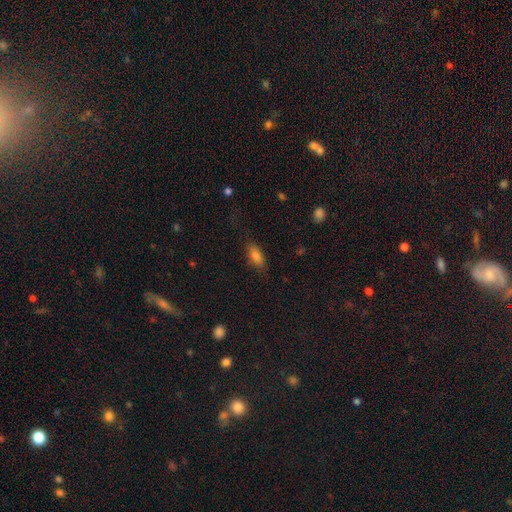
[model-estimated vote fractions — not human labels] Smooth or featured? smooth (80%)
How rounded? in between (81%)
Merging? none (74%)